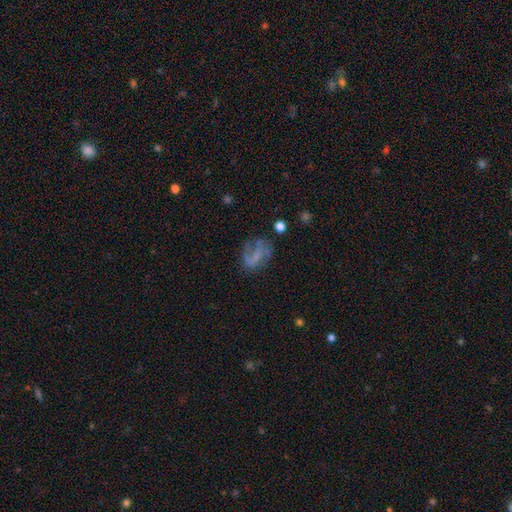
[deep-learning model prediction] smooth_or_featured: featured or disk (p=0.58) [alt: smooth p=0.29]
disk_edge_on: no (p=0.97) [alt: yes p=0.03]
bar: no (p=0.48) [alt: weak p=0.34]
has_spiral_arms: yes (p=0.69) [alt: no p=0.31]
bulge_size: none (p=0.67) [alt: small p=0.20]
merging: none (p=0.48) [alt: major disturbance p=0.26]